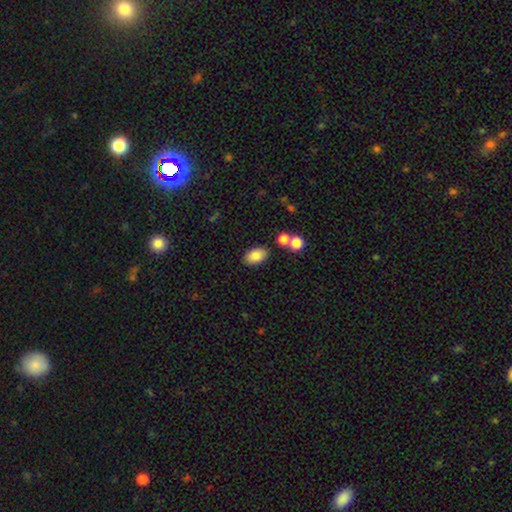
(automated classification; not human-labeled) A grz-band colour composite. It shows a smooth galaxy with no disk features (84%) that is in between round and cigar-shaped (91%). Merging: none (80%).